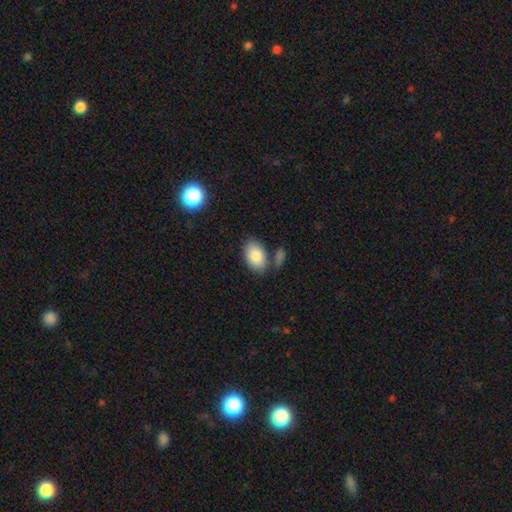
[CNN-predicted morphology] Smooth or featured? smooth (85%)
How rounded? in between (91%)
Merging? none (70%)